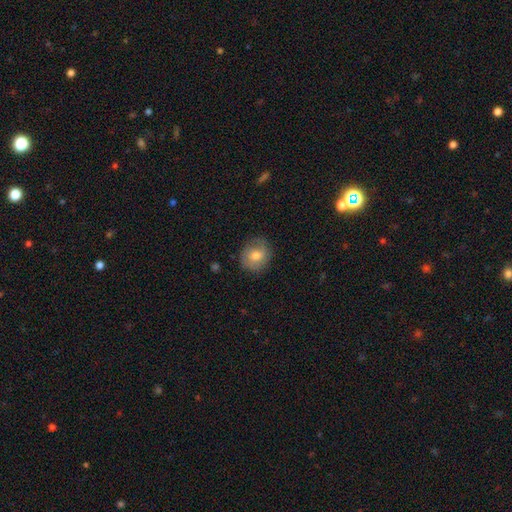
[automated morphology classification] Smooth or featured?
  - smooth: 64% *
  - featured or disk: 27%
  - star or artifact: 9%
How rounded?
  - round: 77% *
  - in between: 22%
  - cigar-shaped: 1%
Merging?
  - none: 80% *
  - minor disturbance: 15%
  - major disturbance: 4%
  - merger: 1%